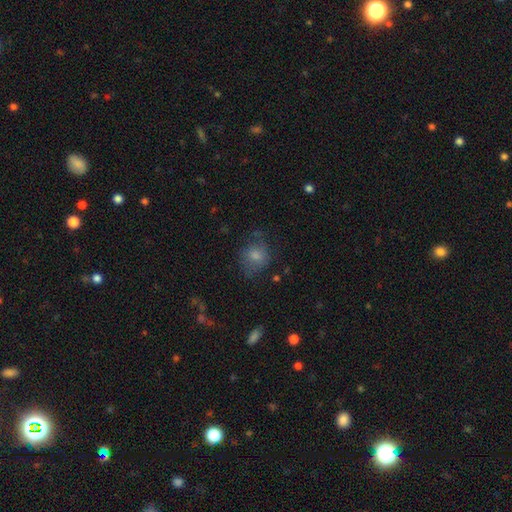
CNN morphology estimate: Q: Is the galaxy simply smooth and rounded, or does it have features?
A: smooth — 74%.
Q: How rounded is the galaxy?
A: round — 62%.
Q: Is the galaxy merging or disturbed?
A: none — 58%.